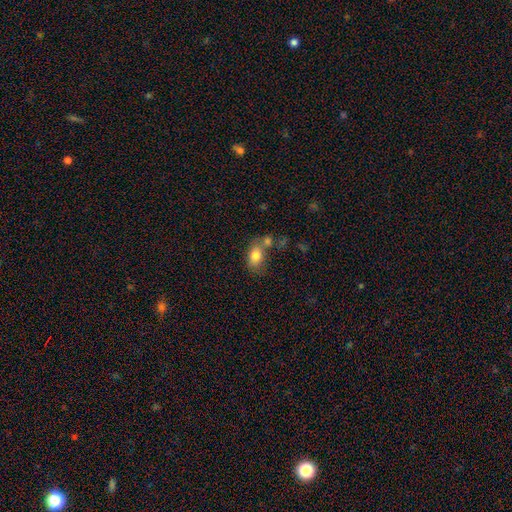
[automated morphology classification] Smooth or featured? Predicted: smooth (p=0.79). How rounded? Predicted: in between (p=0.77). Merging? Predicted: none (p=0.41).